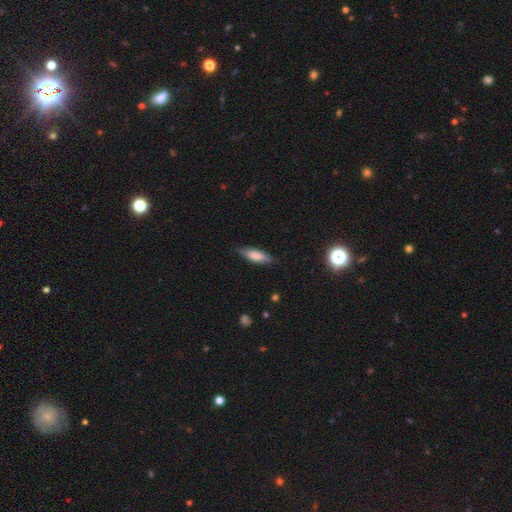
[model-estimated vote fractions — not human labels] Smooth or featured?
  - smooth: 74% *
  - featured or disk: 19%
  - star or artifact: 7%
How rounded?
  - in between: 54% *
  - cigar-shaped: 44%
  - round: 2%
Merging?
  - none: 78% *
  - minor disturbance: 18%
  - major disturbance: 3%
  - merger: 1%